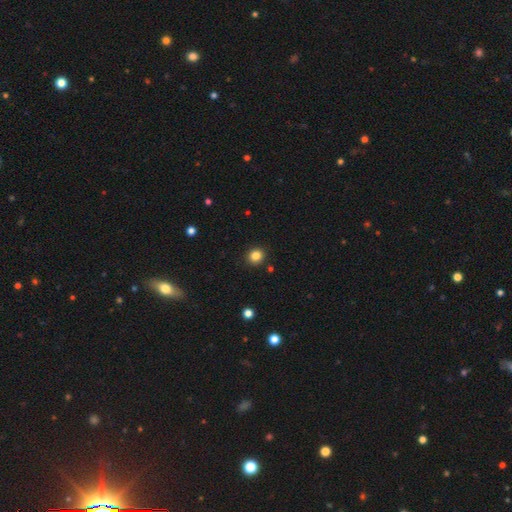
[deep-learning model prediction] The model was most divided on "smooth or featured": smooth: 84%, star or artifact: 12%, featured or disk: 5%. More confident: merging — none (90%); how rounded — round (86%).